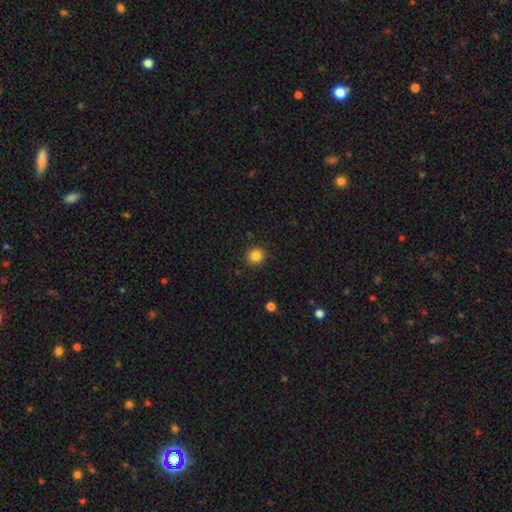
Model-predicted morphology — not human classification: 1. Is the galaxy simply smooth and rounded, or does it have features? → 85% smooth, 11% star or artifact, 5% featured or disk.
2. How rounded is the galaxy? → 89% round, 10% in between, 1% cigar-shaped.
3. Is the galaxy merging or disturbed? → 91% none, 6% minor disturbance, 2% major disturbance, 1% merger.